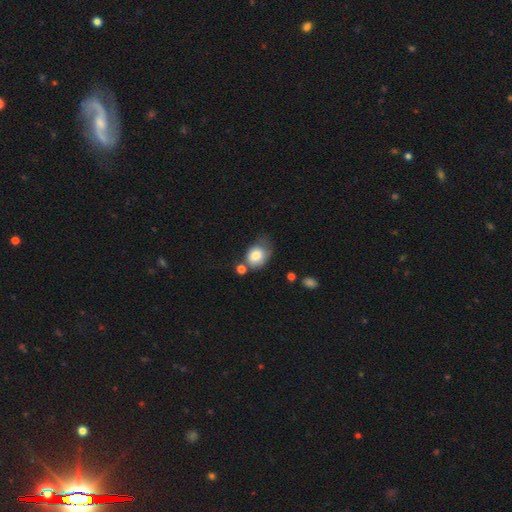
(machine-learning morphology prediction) Q: Smooth or featured?
A: smooth (78%); runner-up: featured or disk (14%)
Q: How rounded?
A: in between (56%); runner-up: round (43%)
Q: Merging?
A: none (37%); runner-up: minor disturbance (32%)